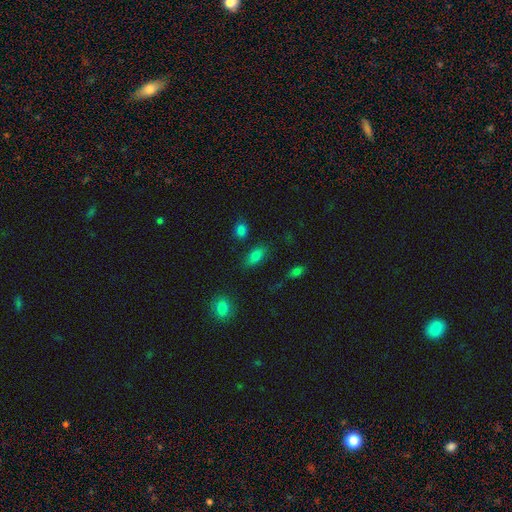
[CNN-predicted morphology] A smooth galaxy with no disk features (78%) that is in between round and cigar-shaped (86%). Merging: none (79%).